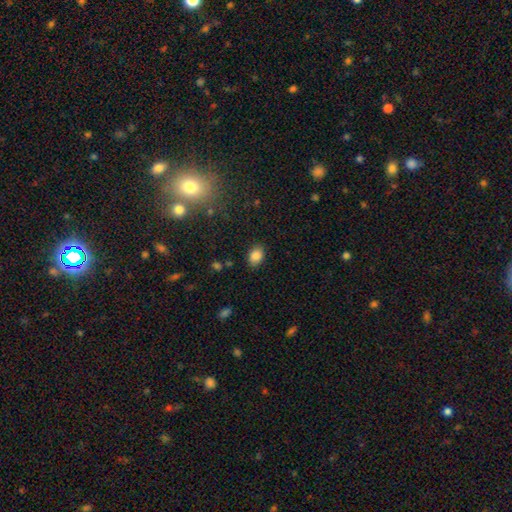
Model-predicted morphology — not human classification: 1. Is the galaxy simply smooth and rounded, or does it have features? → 86% smooth, 9% star or artifact, 5% featured or disk.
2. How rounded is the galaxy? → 74% in between, 25% round, 1% cigar-shaped.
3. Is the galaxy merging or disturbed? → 85% none, 11% minor disturbance, 3% major disturbance, 1% merger.